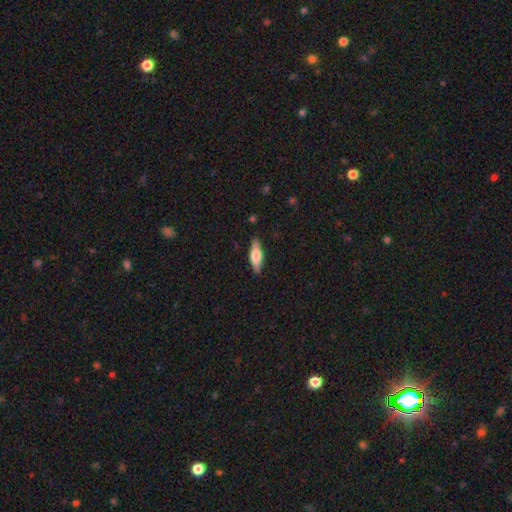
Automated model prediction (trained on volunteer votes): This appears to be a smooth galaxy with no disk features (58%) that is in between round and cigar-shaped (51%). Merging: none (87%).